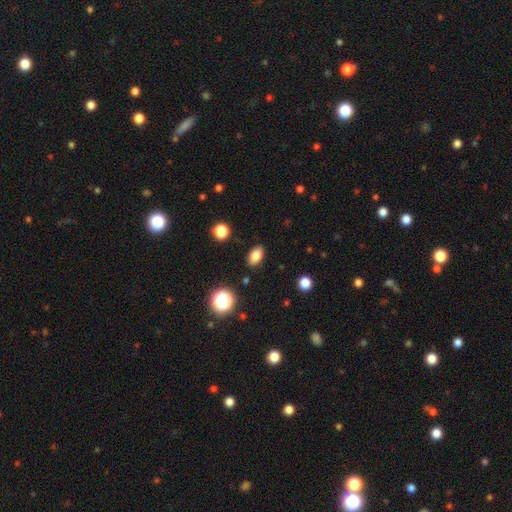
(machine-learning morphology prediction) smooth 81%, star or artifact 11%, featured or disk 8%. Down the decision tree: how rounded — in between (87%); merging — none (87%).